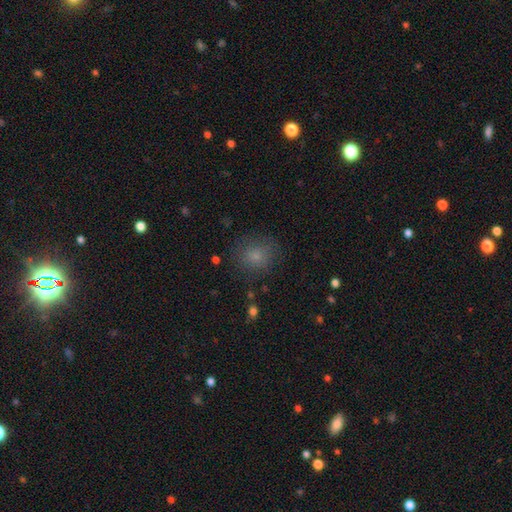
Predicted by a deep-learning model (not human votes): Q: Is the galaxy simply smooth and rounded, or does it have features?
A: smooth — 76%.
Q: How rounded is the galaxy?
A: round — 78%.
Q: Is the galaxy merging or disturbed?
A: none — 79%.